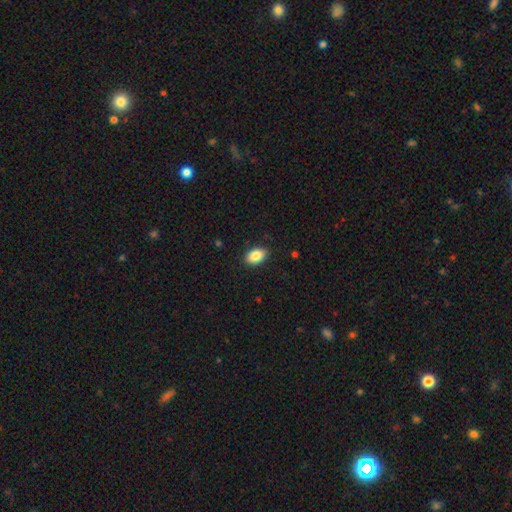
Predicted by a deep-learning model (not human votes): This appears to be a smooth galaxy with no disk features (86%) that is in between round and cigar-shaped (90%). Merging: none (89%).